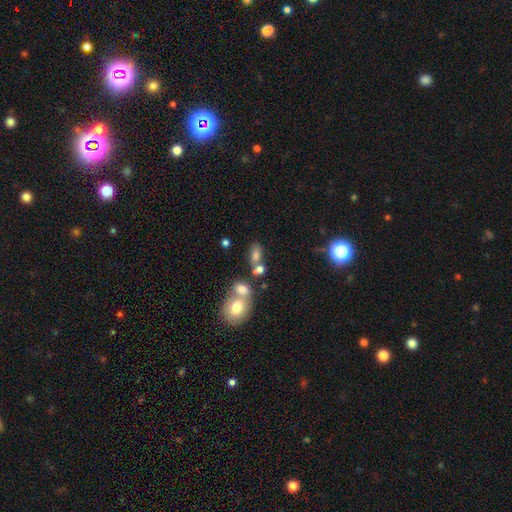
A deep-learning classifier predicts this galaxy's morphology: Q: Smooth or featured?
A: smooth (70%); runner-up: featured or disk (16%)
Q: How rounded?
A: in between (76%); runner-up: round (19%)
Q: Merging?
A: none (43%); runner-up: merger (39%)